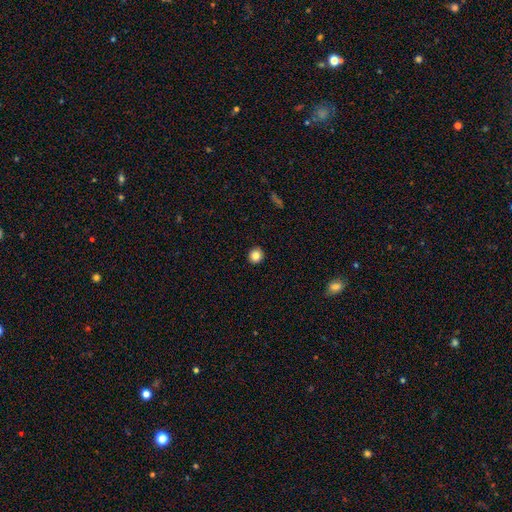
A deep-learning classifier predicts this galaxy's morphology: This is clearly a smooth galaxy (84%). How rounded: clearly round (91%). Merging: clearly none (93%).